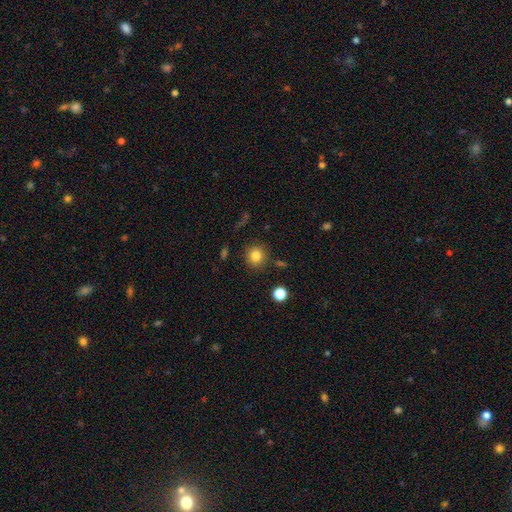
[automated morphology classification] Overall: smooth (82%). How rounded: round (90%). Merging: none (86%).